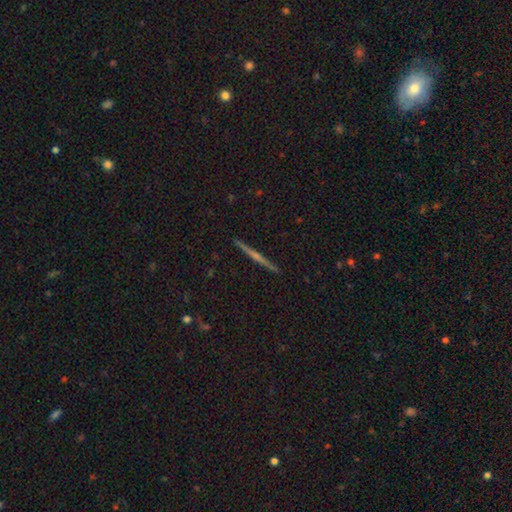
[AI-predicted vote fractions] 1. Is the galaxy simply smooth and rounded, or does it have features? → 72% featured or disk, 20% smooth, 8% star or artifact.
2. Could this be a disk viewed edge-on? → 98% yes, 2% no.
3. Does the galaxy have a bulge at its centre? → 61% rounded, 32% none, 7% boxy.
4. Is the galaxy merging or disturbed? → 93% none, 5% minor disturbance, 1% major disturbance, 1% merger.